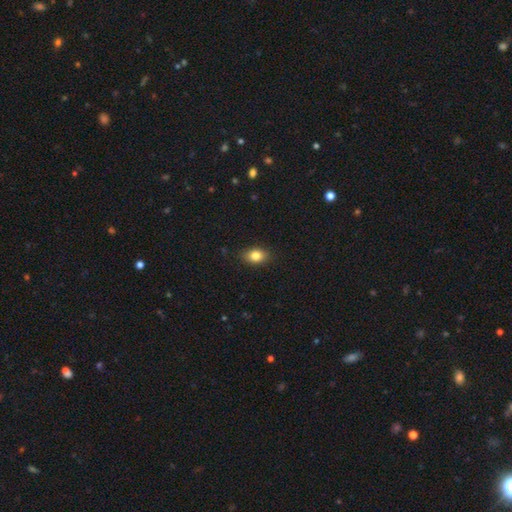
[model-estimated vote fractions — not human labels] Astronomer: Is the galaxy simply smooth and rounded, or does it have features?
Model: smooth — 83%.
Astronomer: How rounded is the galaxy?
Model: in between — 76%.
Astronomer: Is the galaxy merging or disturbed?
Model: none — 87%.